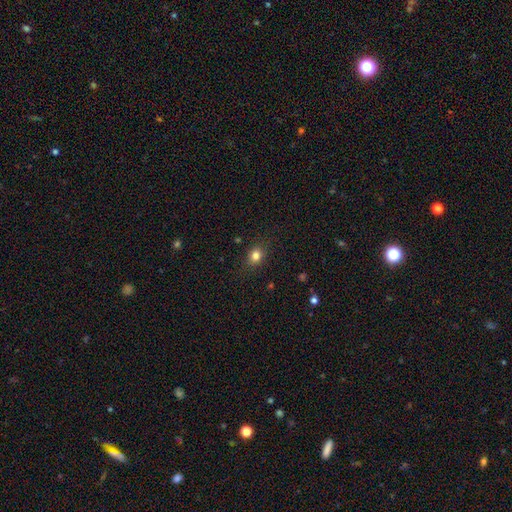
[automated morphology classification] Q: Smooth or featured?
A: smooth (81%); runner-up: star or artifact (12%)
Q: How rounded?
A: round (56%); runner-up: in between (42%)
Q: Merging?
A: none (85%); runner-up: minor disturbance (11%)